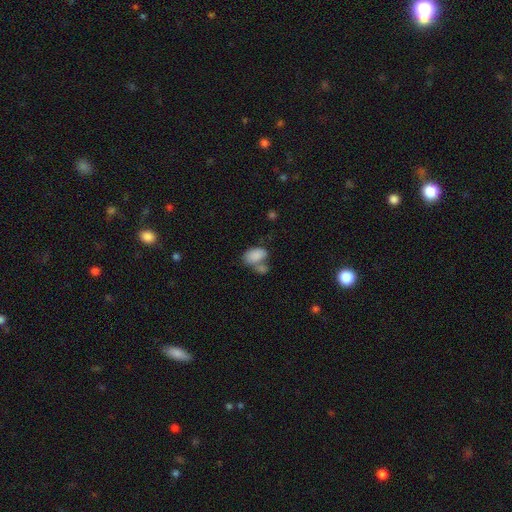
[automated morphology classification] Overall: smooth (84%). How rounded: in between (90%). Merging: merger (47%; none 33%).